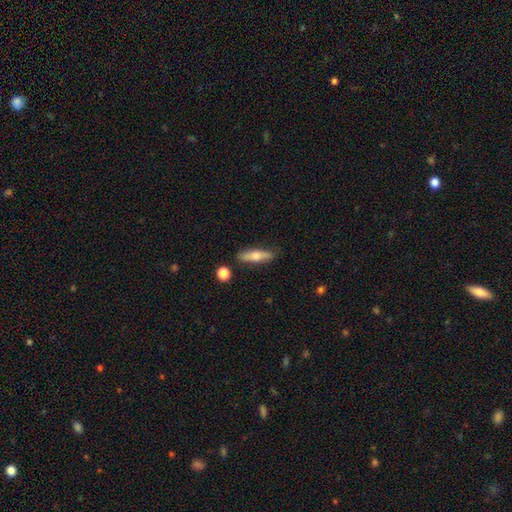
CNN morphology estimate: Q: Smooth or featured?
A: smooth (52%); runner-up: featured or disk (41%)
Q: How rounded?
A: cigar-shaped (67%); runner-up: in between (30%)
Q: Merging?
A: none (84%); runner-up: minor disturbance (11%)